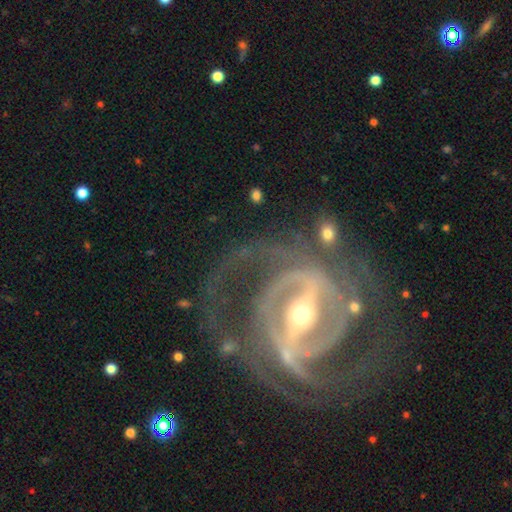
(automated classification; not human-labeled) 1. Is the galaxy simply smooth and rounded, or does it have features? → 93% featured or disk, 5% star or artifact, 3% smooth.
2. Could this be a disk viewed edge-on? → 97% no, 3% yes.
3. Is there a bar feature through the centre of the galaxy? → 76% strong, 18% weak, 6% no.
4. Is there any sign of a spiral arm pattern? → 98% yes, 2% no.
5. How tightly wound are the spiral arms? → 47% tight, 44% medium, 9% loose.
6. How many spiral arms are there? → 46% 2, 23% 3, 11% can't tell, 9% 4, 5% more than 4, 5% 1.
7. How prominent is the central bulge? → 50% small, 45% moderate, 3% large, 1% none, 1% dominant.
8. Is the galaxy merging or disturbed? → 68% none, 15% minor disturbance, 14% major disturbance, 3% merger.